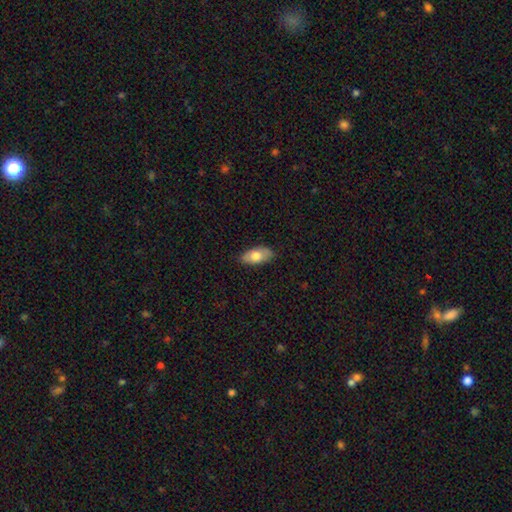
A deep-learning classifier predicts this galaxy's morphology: smooth-or-featured: smooth: 74% | featured or disk: 20% | star or artifact: 6%
  how-rounded: in between: 91% | cigar-shaped: 5% | round: 3%
  merging: none: 85% | minor disturbance: 12% | major disturbance: 2% | merger: 1%